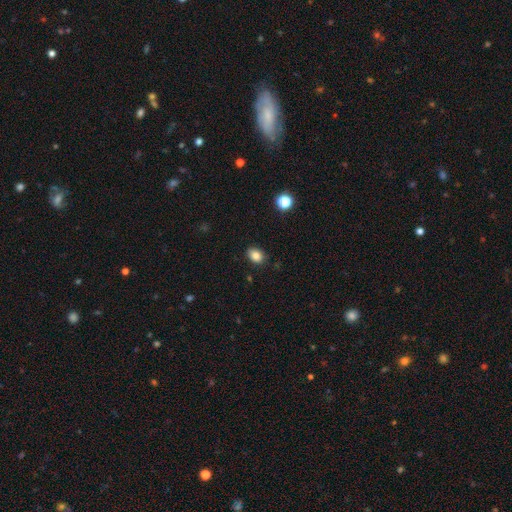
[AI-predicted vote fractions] The model was most divided on "how rounded": in between: 70%, round: 29%, cigar-shaped: 1%. More confident: merging — none (85%); smooth or featured — smooth (85%).